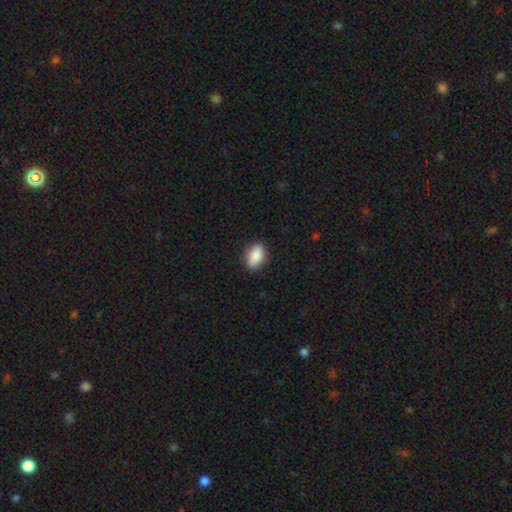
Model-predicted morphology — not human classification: smooth-or-featured: smooth: 87% | star or artifact: 7% | featured or disk: 6%
  how-rounded: in between: 86% | round: 9% | cigar-shaped: 5%
  merging: none: 86% | minor disturbance: 11% | major disturbance: 2% | merger: 1%